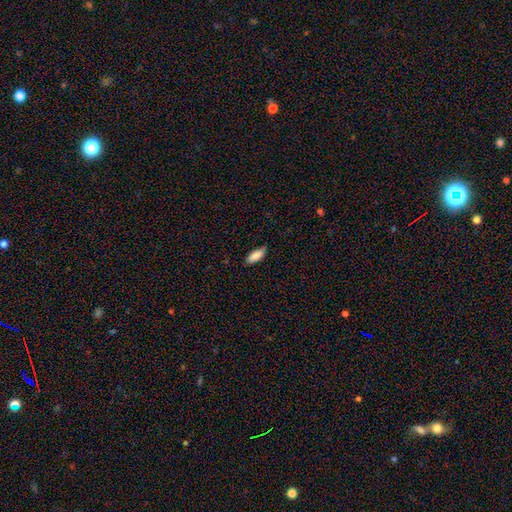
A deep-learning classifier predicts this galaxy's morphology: The model was most divided on "how rounded": in between: 78%, cigar-shaped: 20%, round: 2%. More confident: smooth or featured — smooth (87%); merging — none (79%).